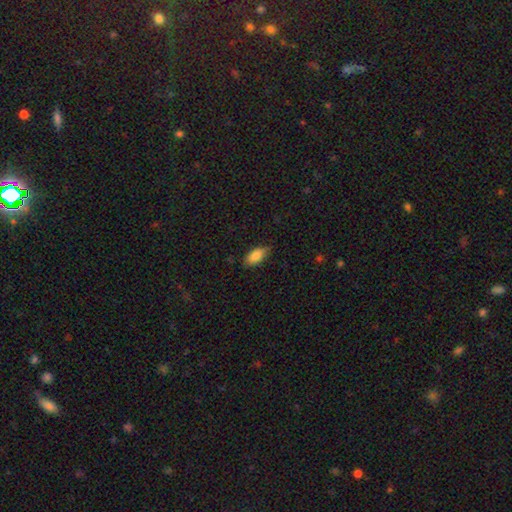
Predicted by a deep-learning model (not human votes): smooth-or-featured: smooth: 85% | featured or disk: 8% | star or artifact: 7%
  how-rounded: in between: 89% | cigar-shaped: 9% | round: 3%
  merging: none: 77% | minor disturbance: 19% | major disturbance: 3% | merger: 1%